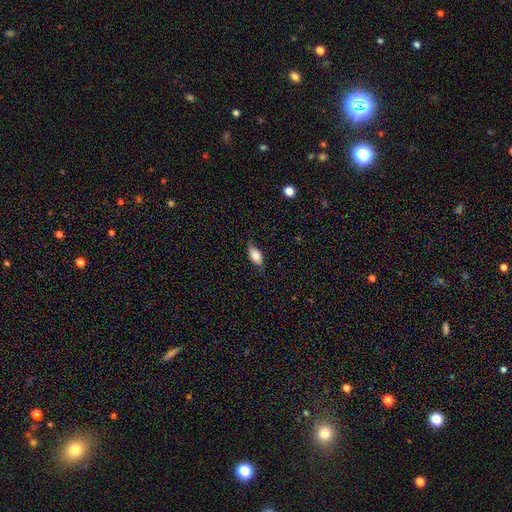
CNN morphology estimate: Q: Smooth or featured?
A: smooth (78%); runner-up: featured or disk (15%)
Q: How rounded?
A: in between (87%); runner-up: cigar-shaped (7%)
Q: Merging?
A: none (71%); runner-up: minor disturbance (22%)